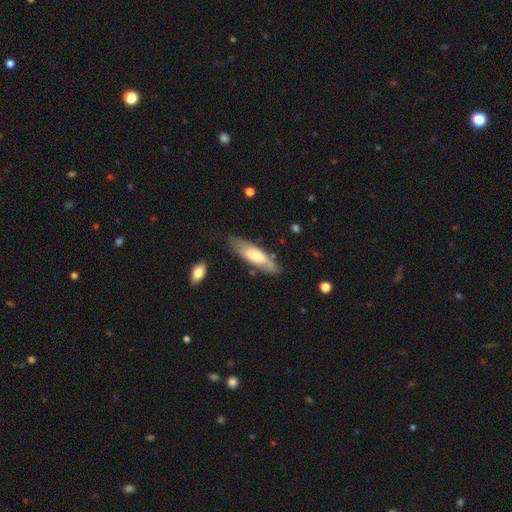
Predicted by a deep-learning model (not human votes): This is possibly a smooth galaxy (57%). How rounded: possibly cigar-shaped (55%). Merging: likely none (68%).